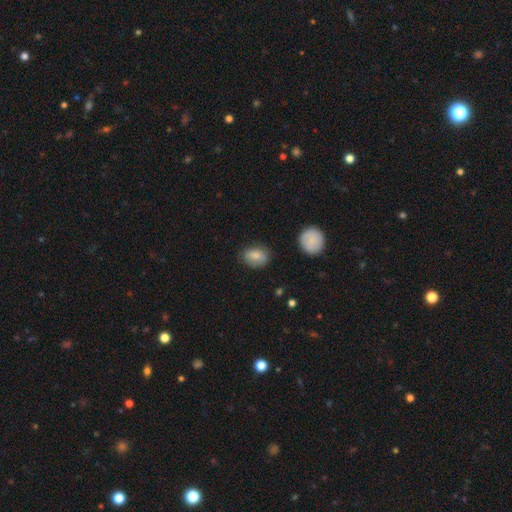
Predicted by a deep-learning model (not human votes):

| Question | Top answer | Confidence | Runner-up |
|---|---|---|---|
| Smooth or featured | smooth | 80% | featured or disk (12%) |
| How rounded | in between | 68% | round (30%) |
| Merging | none | 74% | minor disturbance (19%) |